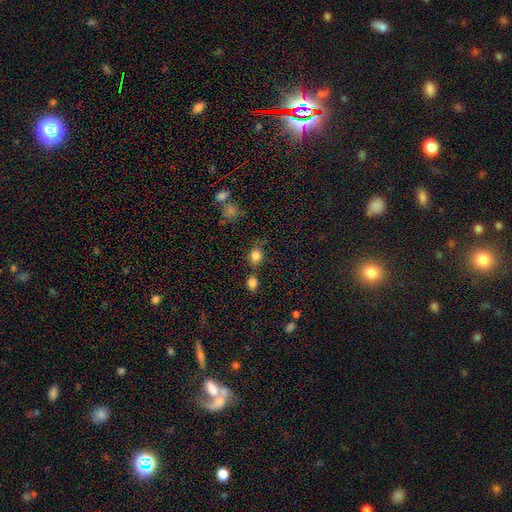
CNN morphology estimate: Smooth or featured?
  - smooth: 83% *
  - star or artifact: 12%
  - featured or disk: 6%
How rounded?
  - round: 63% *
  - in between: 36%
  - cigar-shaped: 1%
Merging?
  - none: 66% *
  - minor disturbance: 15%
  - merger: 13%
  - major disturbance: 5%